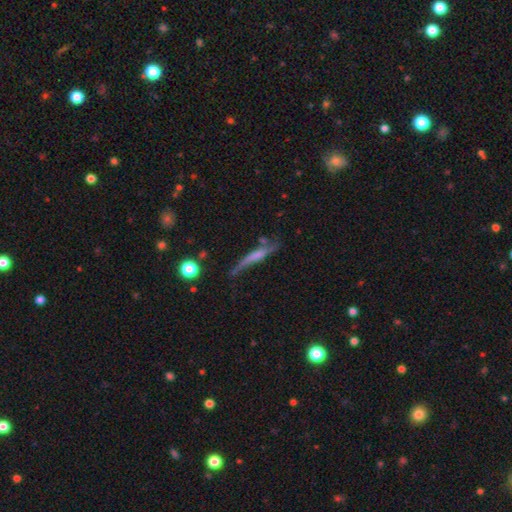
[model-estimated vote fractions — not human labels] This is possibly a featured or disk galaxy (48%). Merging: possibly none (49%).